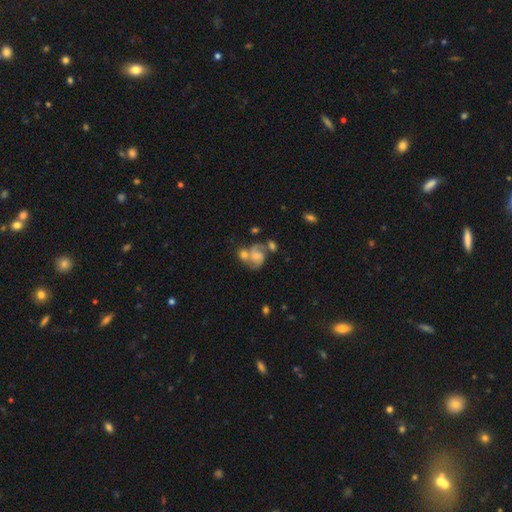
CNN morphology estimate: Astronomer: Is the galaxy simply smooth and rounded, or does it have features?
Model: featured or disk — 68%.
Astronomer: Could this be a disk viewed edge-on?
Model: no — 98%.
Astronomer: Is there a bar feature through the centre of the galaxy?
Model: no — 63%.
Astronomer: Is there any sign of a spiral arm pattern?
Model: yes — 88%.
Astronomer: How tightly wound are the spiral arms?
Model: medium — 52%.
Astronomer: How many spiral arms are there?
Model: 2 — 76%.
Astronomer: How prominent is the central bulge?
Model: small — 39% (runner-up: moderate, 36%).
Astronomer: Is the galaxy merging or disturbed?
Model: merger — 41% (runner-up: none, 31%).